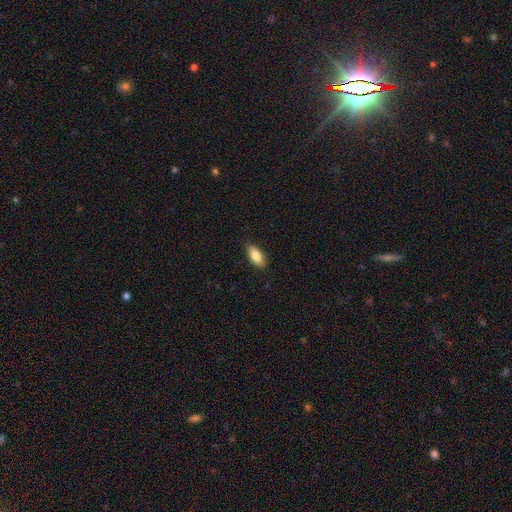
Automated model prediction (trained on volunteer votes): Smooth or featured? Predicted: smooth (p=0.83). How rounded? Predicted: in between (p=0.86). Merging? Predicted: none (p=0.87).